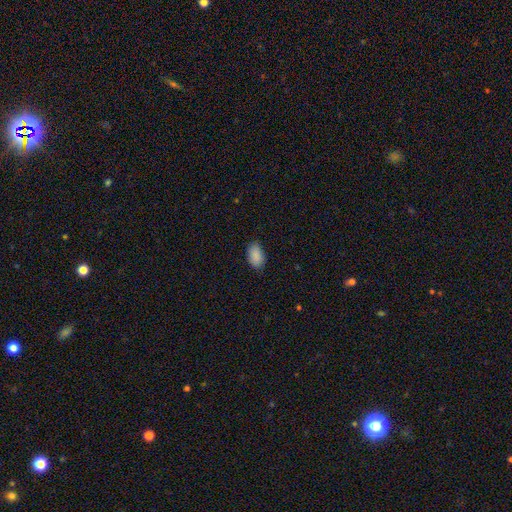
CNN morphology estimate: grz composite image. It shows a smooth galaxy with no disk features (90%) that is in between round and cigar-shaped (94%). Merging: none (84%).